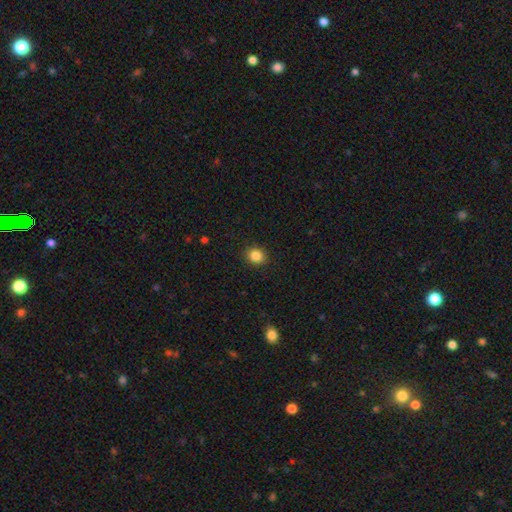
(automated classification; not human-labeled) Smooth or featured? Predicted: smooth (p=0.85). How rounded? Predicted: round (p=0.77). Merging? Predicted: none (p=0.90).